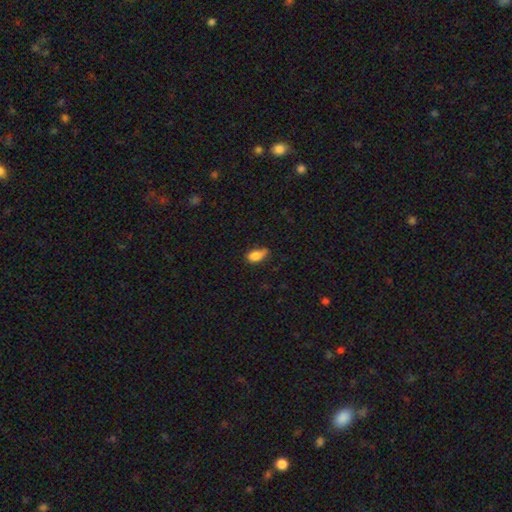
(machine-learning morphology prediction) smooth 84%, star or artifact 9%, featured or disk 7%. Down the decision tree: how rounded — in between (88%); merging — none (50%).